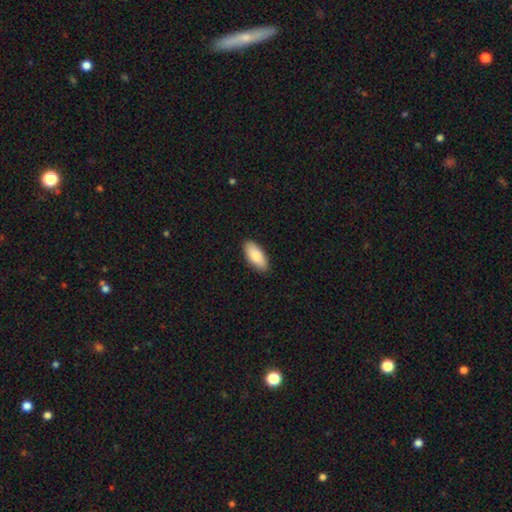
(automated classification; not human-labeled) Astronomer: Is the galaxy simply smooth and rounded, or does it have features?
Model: smooth — 85%.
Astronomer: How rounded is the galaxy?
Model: in between — 89%.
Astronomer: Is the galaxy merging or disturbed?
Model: none — 89%.